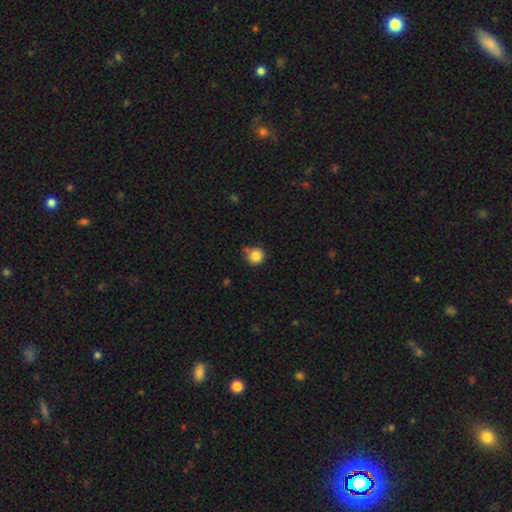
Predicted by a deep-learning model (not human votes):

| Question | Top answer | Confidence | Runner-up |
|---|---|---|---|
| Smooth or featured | smooth | 84% | star or artifact (10%) |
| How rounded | round | 92% | in between (7%) |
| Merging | none | 71% | minor disturbance (17%) |